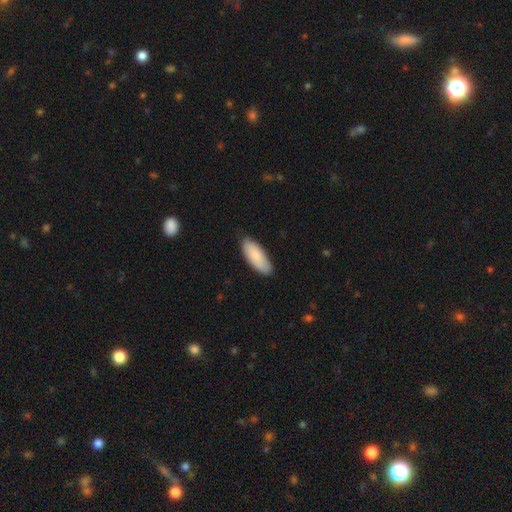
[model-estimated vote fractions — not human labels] Morphology: type=smooth (86%); roundness=in between (76%); merging=none (83%).